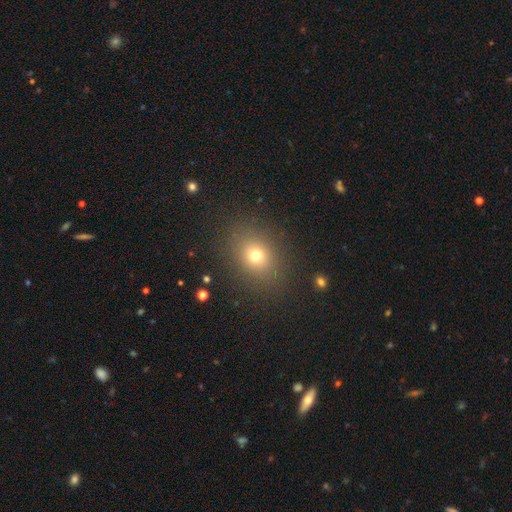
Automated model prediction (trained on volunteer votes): The model was most divided on "how rounded": round: 54%, in between: 45%, cigar-shaped: 1%. More confident: merging — none (85%); smooth or featured — smooth (72%).